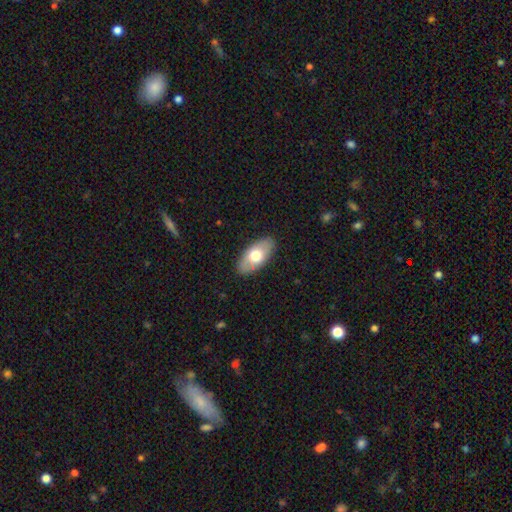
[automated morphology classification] Smooth or featured? Predicted: smooth (p=0.66). How rounded? Predicted: in between (p=0.92). Merging? Predicted: none (p=0.86).